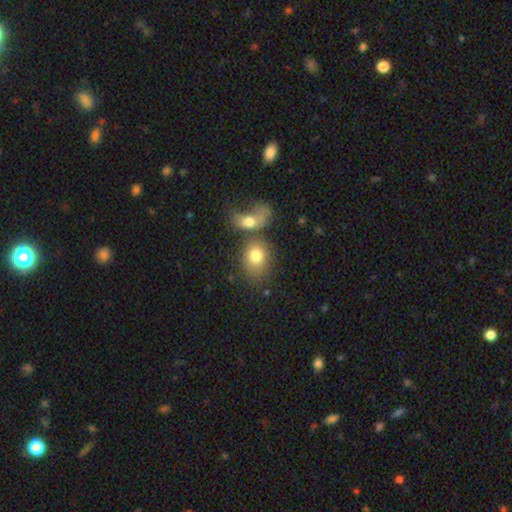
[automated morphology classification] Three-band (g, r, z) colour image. It shows a smooth galaxy with no disk features (75%) that is in between round and cigar-shaped (57%). Merging: merger (48%).